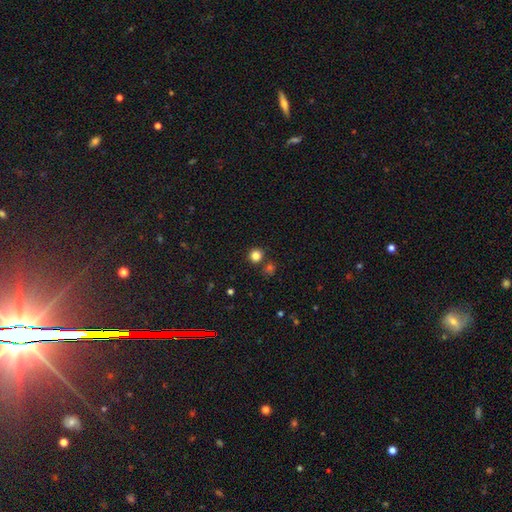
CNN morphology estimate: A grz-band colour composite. It shows a smooth galaxy with no disk features (82%) that is round (91%). Merging: none (80%).